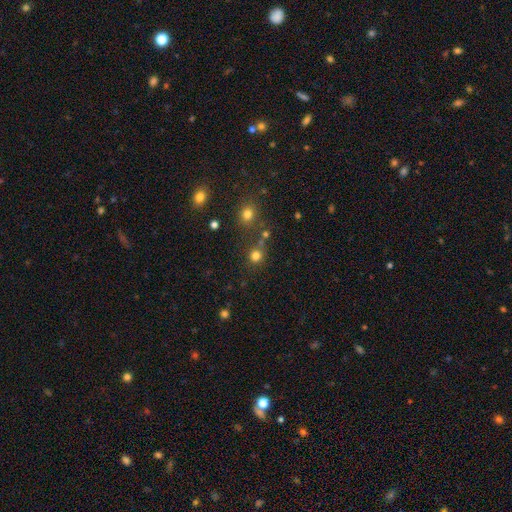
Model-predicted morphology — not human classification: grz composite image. It shows a smooth galaxy with no disk features (77%) that is round (90%). Merging: none (72%).